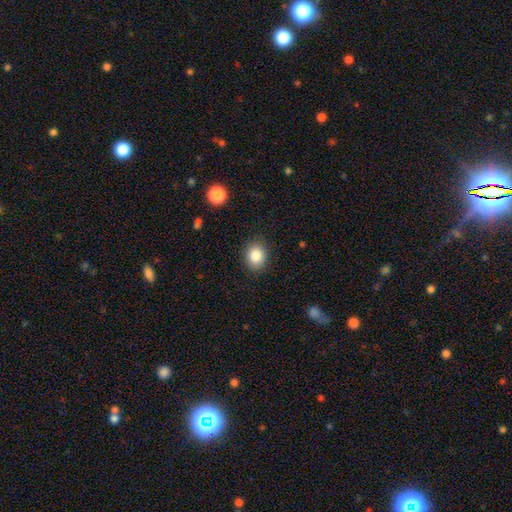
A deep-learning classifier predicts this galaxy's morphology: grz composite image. It shows a smooth galaxy with no disk features (85%) that is round (57%). Merging: none (88%).